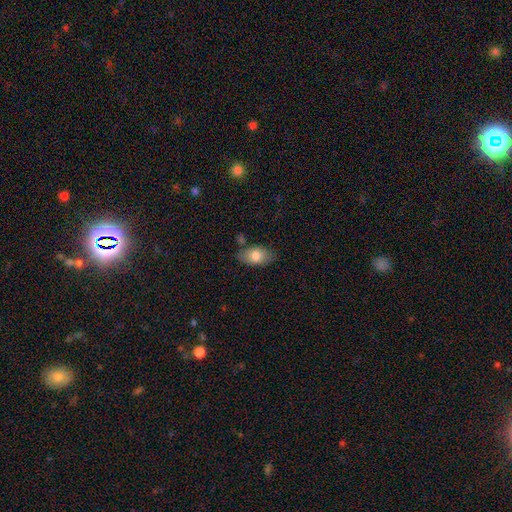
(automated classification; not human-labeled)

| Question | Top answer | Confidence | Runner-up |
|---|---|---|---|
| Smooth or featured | smooth | 79% | featured or disk (14%) |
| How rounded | in between | 92% | round (6%) |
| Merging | none | 76% | minor disturbance (16%) |